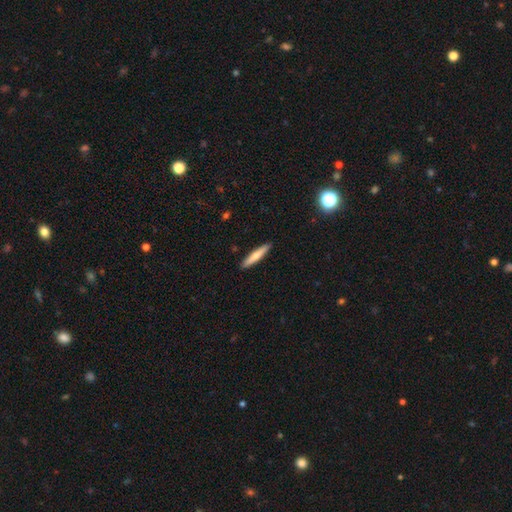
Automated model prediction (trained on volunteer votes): This appears to be a smooth galaxy with no disk features (70%) that is cigar-shaped (89%). Merging: none (91%).